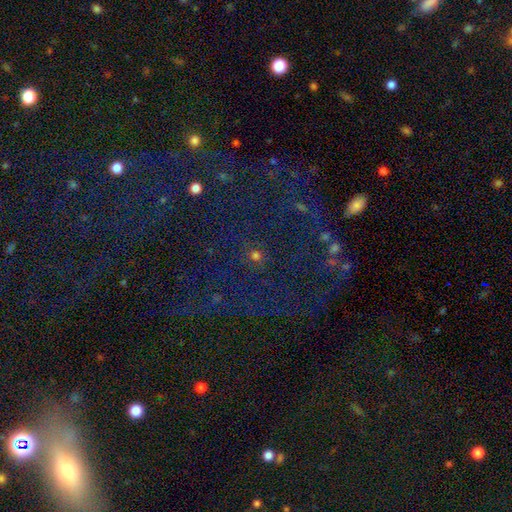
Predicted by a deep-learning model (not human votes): smooth-or-featured: star or artifact: 46% | smooth: 45% | featured or disk: 10%